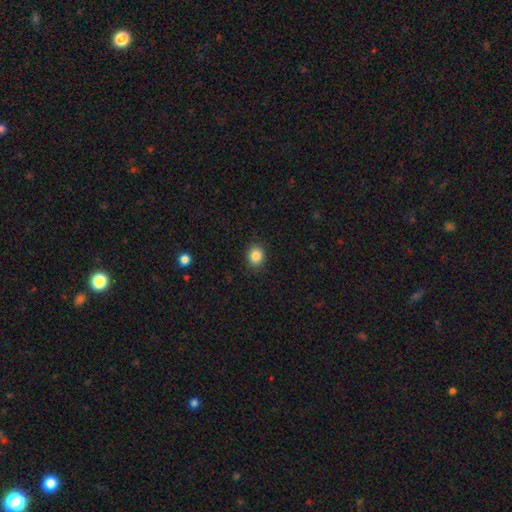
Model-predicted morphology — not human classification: type=smooth (86%); roundness=round (68%); merging=none (89%).